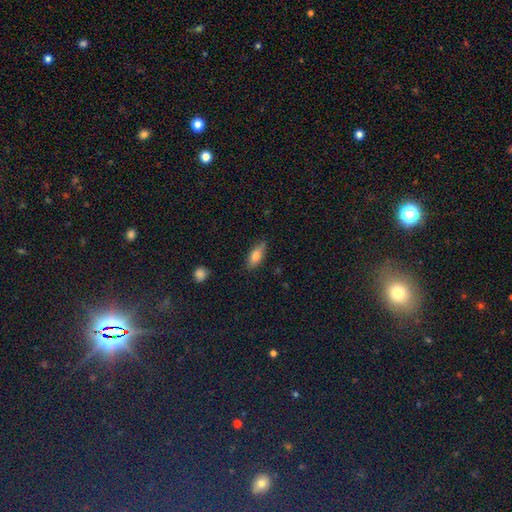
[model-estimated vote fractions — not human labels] This appears to be a smooth galaxy with no disk features (72%) that is in between round and cigar-shaped (74%). Merging: none (80%).